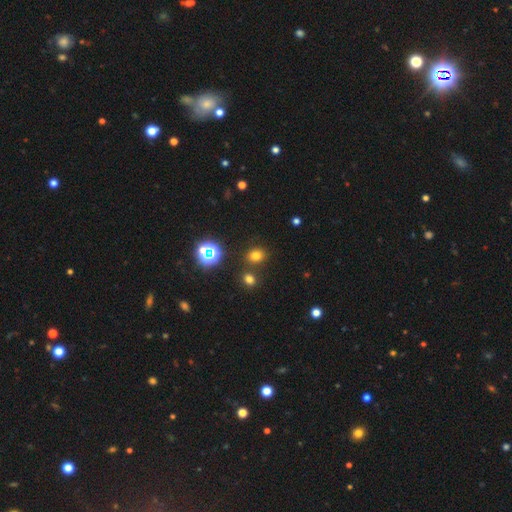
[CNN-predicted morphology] A smooth galaxy with no disk features (69%) that is round (61%). Merging: none (78%).